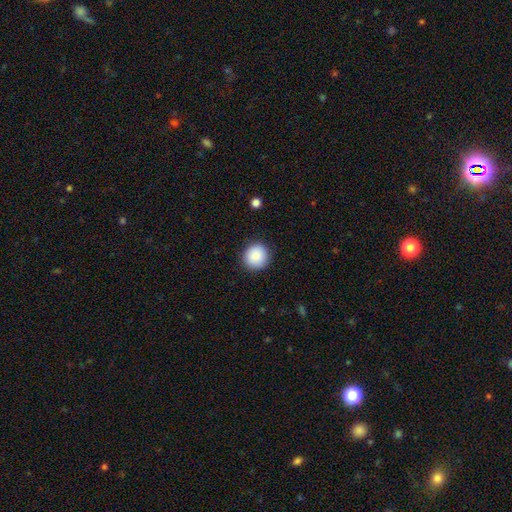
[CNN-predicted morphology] Overall: smooth (86%). How rounded: round (94%). Merging: none (90%).